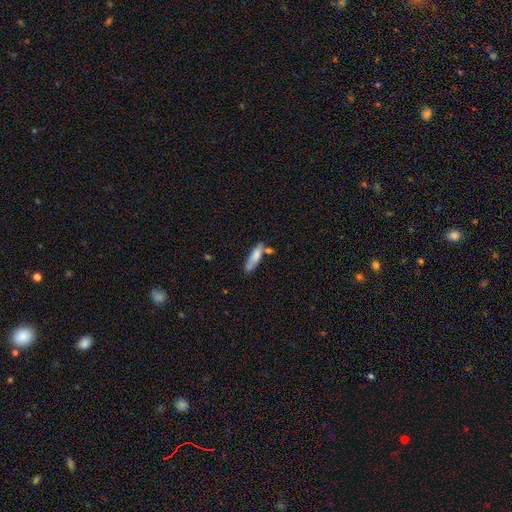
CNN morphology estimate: Smooth or featured: smooth — 75% (featured or disk — 18%)
How rounded: cigar-shaped — 64% (in between — 34%)
Merging: none — 59% (minor disturbance — 21%)